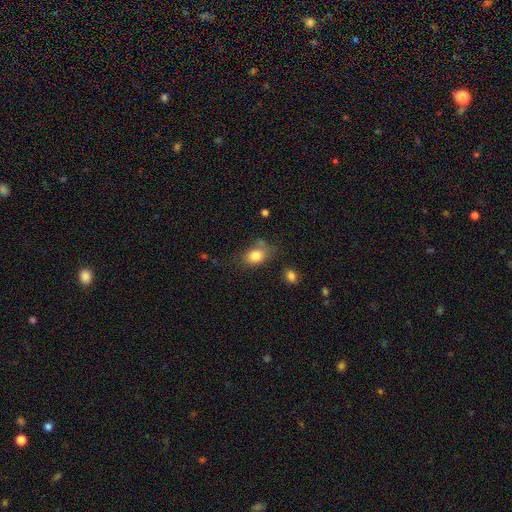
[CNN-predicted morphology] This appears to be a smooth galaxy with no disk features (81%) that is in between round and cigar-shaped (69%). Merging: none (59%).